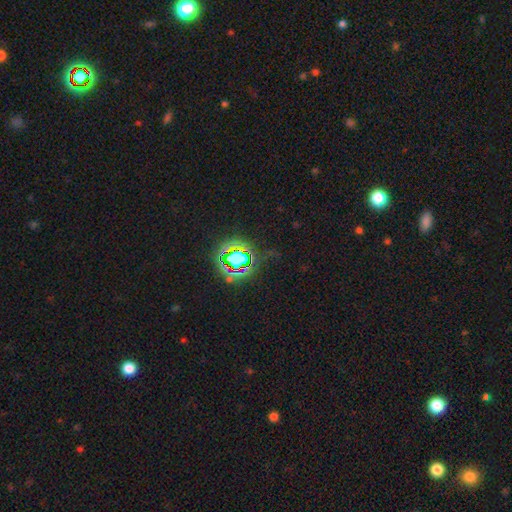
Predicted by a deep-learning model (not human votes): smooth_or_featured: star or artifact (p=0.81) [alt: smooth p=0.12]